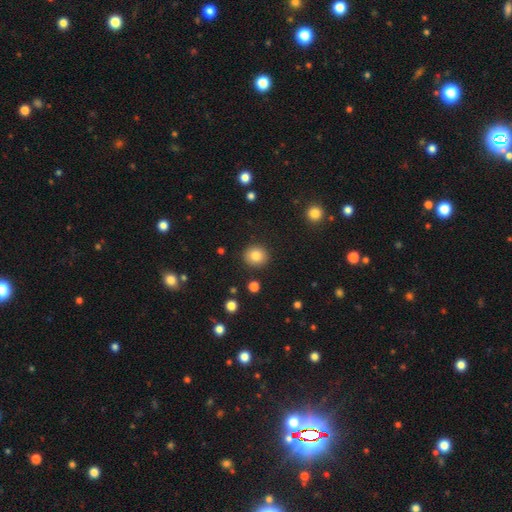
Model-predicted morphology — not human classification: Smooth or featured? Predicted: smooth (p=0.83). How rounded? Predicted: round (p=0.88). Merging? Predicted: none (p=0.91).